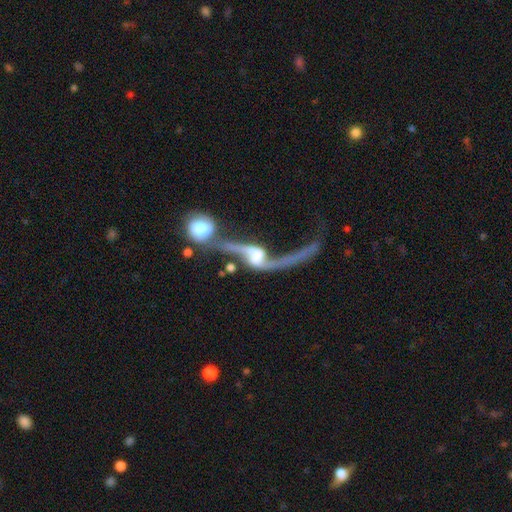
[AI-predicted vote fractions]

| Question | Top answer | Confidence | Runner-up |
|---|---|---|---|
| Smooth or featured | featured or disk | 86% | smooth (8%) |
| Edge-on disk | no | 88% | yes (12%) |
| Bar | no | 41% | weak (37%) |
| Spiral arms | yes | 92% | no (8%) |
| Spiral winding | loose | 94% | medium (4%) |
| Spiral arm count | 2 | 91% | 1 (4%) |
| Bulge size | moderate | 32% | large (25%) |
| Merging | merger | 47% | none (25%) |